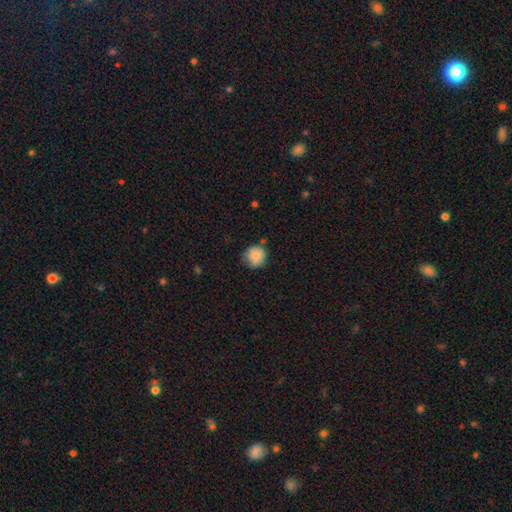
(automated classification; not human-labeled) Smooth or featured? Predicted: smooth (p=0.84). How rounded? Predicted: round (p=0.90). Merging? Predicted: none (p=0.71).